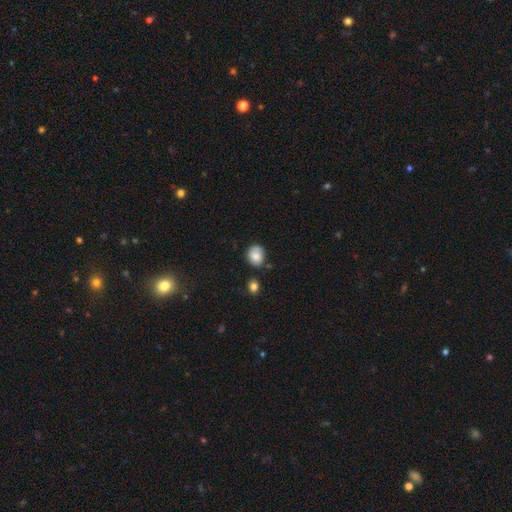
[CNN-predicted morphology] Overall: smooth (78%). How rounded: round (70%). Merging: none (63%; minor disturbance 24%).